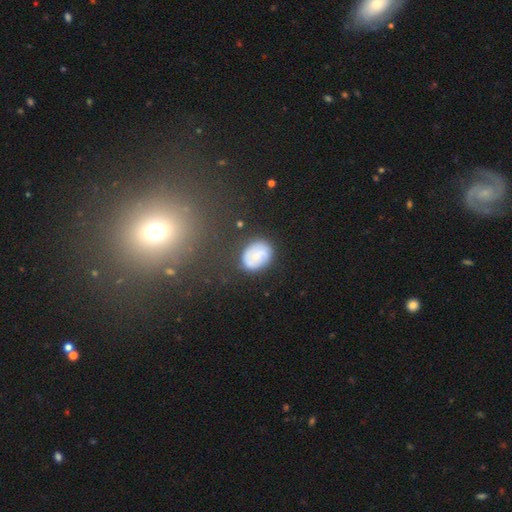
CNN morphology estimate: This is possibly a smooth galaxy (54%). How rounded: likely in between (62%). Merging: likely none (72%).